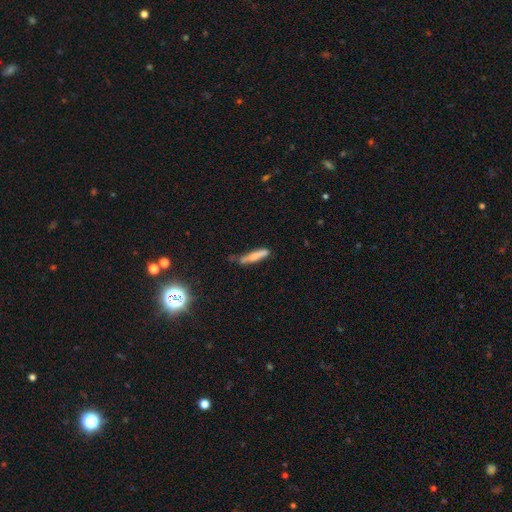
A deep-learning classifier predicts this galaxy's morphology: Smooth or featured? Predicted: smooth (p=0.69). How rounded? Predicted: cigar-shaped (p=0.88). Merging? Predicted: none (p=0.55).